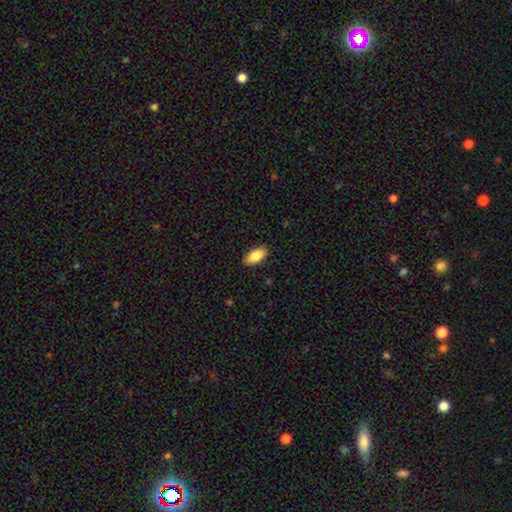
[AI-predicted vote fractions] A smooth galaxy with no disk features (86%) that is in between round and cigar-shaped (91%). Merging: none (89%).